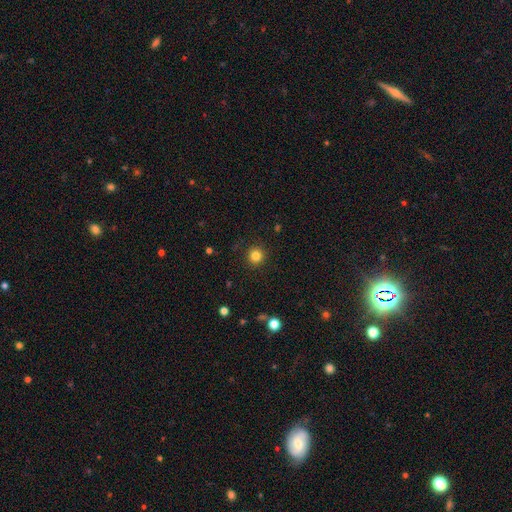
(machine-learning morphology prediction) A smooth galaxy with no disk features (83%) that is round (95%). Merging: none (92%).